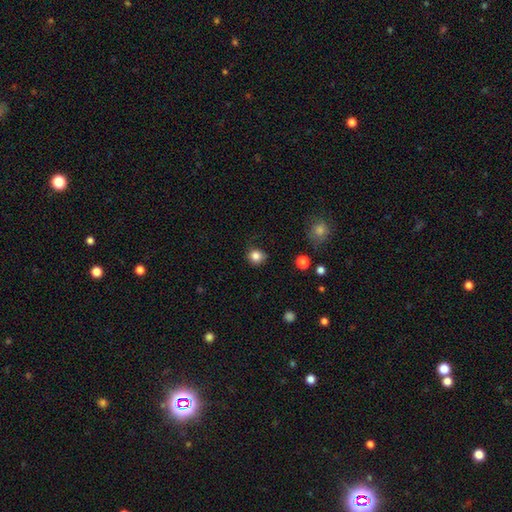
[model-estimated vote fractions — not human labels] Smooth or featured? Predicted: smooth (p=0.84). How rounded? Predicted: round (p=0.87). Merging? Predicted: none (p=0.79).